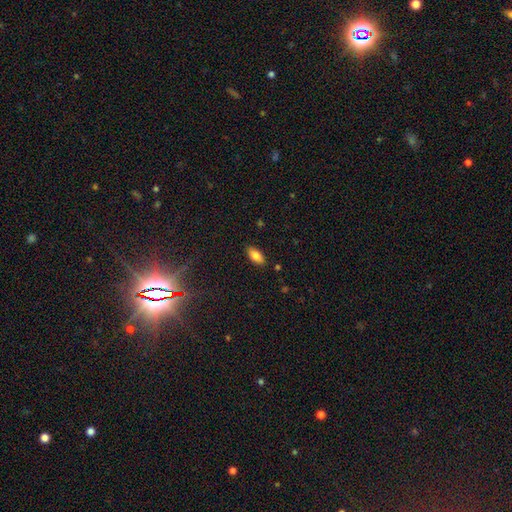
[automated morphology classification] type=smooth (83%); roundness=in between (91%); merging=none (87%).